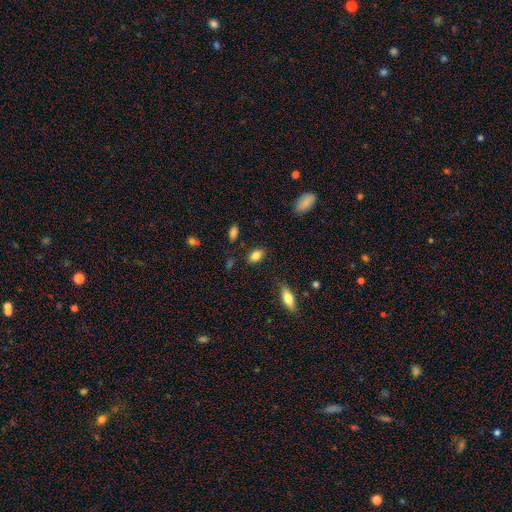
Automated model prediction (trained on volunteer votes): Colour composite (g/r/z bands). It shows a smooth galaxy with no disk features (84%) that is in between round and cigar-shaped (88%). Merging: none (84%).